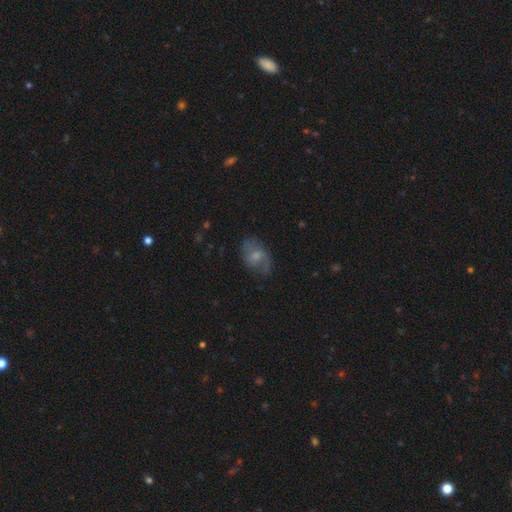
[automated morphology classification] Smooth or featured? Predicted: featured or disk (p=0.49). Merging? Predicted: none (p=0.60).